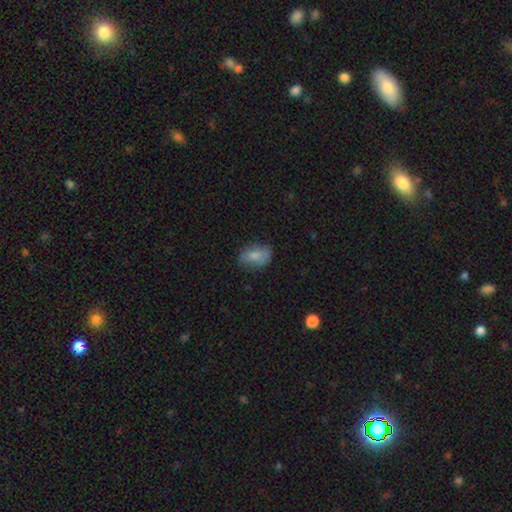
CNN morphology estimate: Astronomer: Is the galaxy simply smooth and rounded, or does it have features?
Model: smooth — 76%.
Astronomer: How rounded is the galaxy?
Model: in between — 84%.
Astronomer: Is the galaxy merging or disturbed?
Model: none — 69%.